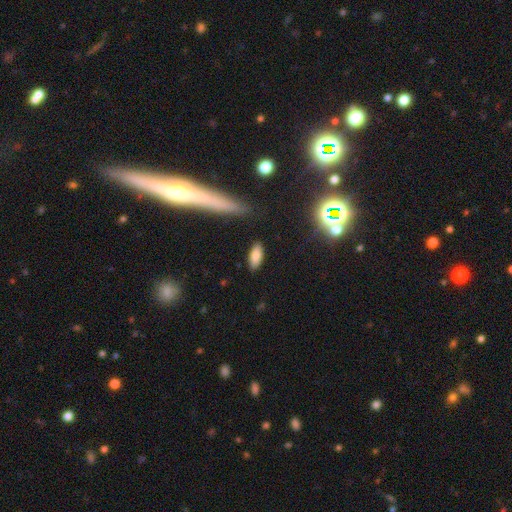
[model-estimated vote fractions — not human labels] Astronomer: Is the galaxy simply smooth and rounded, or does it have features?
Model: smooth — 83%.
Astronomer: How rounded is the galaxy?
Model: in between — 83%.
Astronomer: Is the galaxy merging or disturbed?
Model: none — 86%.